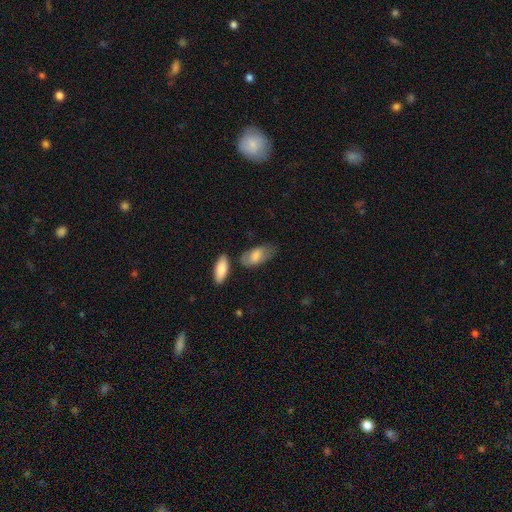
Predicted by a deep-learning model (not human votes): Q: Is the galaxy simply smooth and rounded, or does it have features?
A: smooth — 76%.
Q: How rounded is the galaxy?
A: in between — 91%.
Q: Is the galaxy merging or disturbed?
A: none — 53%.